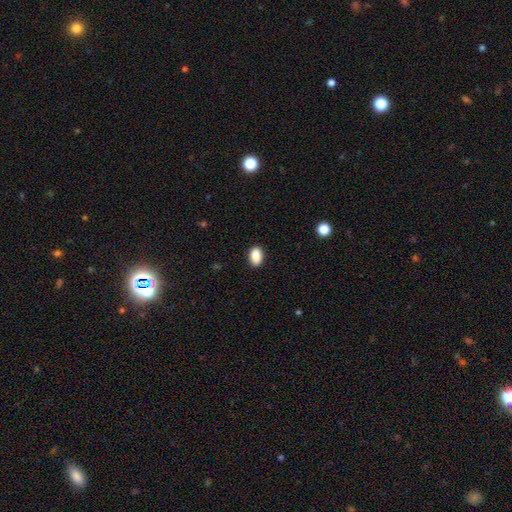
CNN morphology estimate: smooth_or_featured: smooth (p=0.89) [alt: star or artifact p=0.08]
how_rounded: in between (p=0.90) [alt: round p=0.08]
merging: none (p=0.89) [alt: minor disturbance p=0.08]